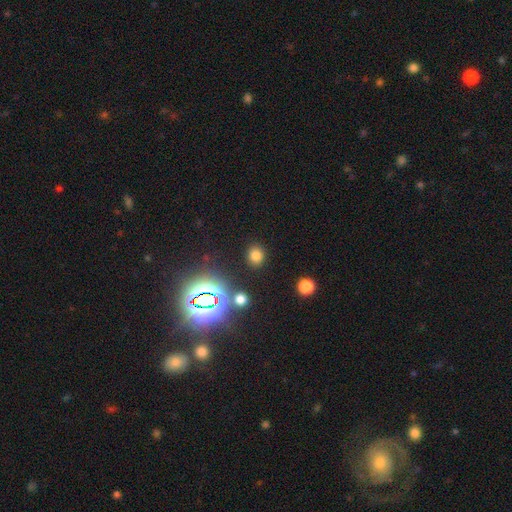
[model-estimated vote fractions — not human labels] This is likely a smooth galaxy (74%). How rounded: likely round (72%). Merging: clearly none (86%).